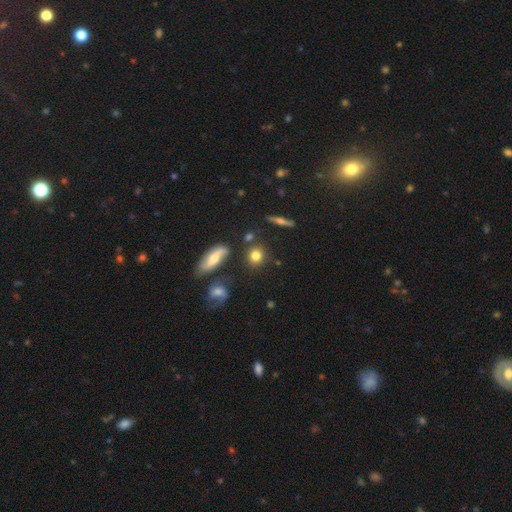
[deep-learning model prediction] Smooth or featured?
  - smooth: 77% *
  - featured or disk: 13%
  - star or artifact: 11%
How rounded?
  - round: 79% *
  - in between: 17%
  - cigar-shaped: 3%
Merging?
  - none: 76% *
  - minor disturbance: 12%
  - merger: 8%
  - major disturbance: 4%